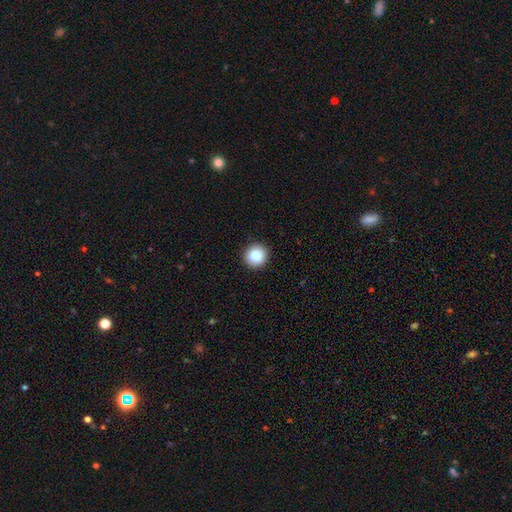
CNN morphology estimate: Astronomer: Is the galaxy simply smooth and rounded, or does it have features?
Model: smooth — 87%.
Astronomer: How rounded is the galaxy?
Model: round — 92%.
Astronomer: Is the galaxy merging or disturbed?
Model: none — 91%.